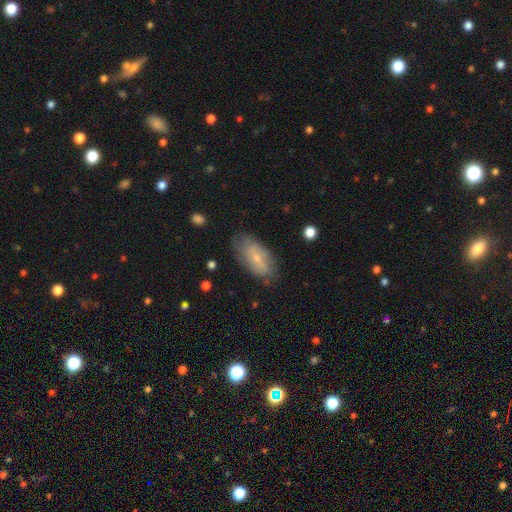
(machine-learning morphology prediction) This appears to be a smooth galaxy with no disk features (49%). Merging: none (70%).